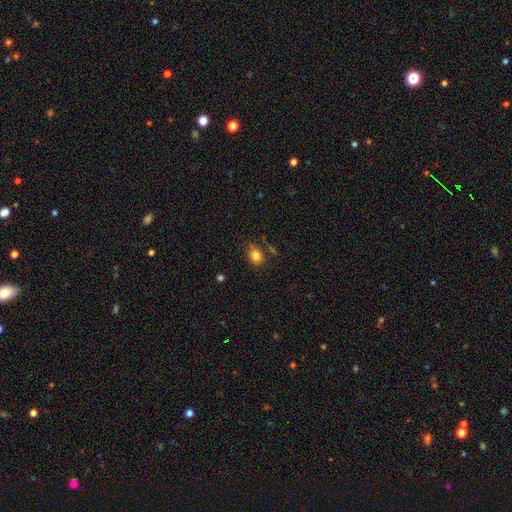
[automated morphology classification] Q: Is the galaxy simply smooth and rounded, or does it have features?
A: smooth — 82%.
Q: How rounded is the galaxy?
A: in between — 53%.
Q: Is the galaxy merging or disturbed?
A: none — 75%.